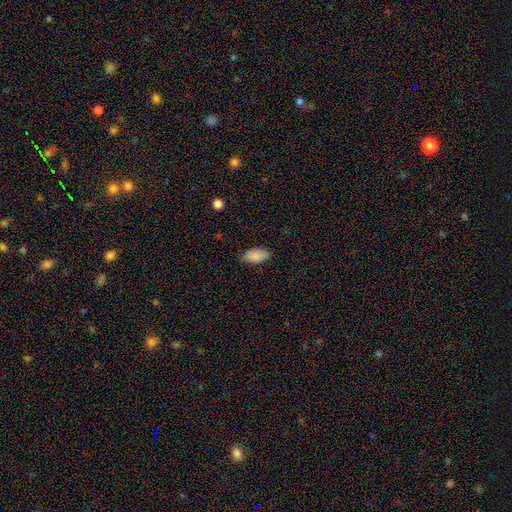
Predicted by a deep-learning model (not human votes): Morphology: type=smooth (89%); roundness=in between (93%); merging=none (84%).